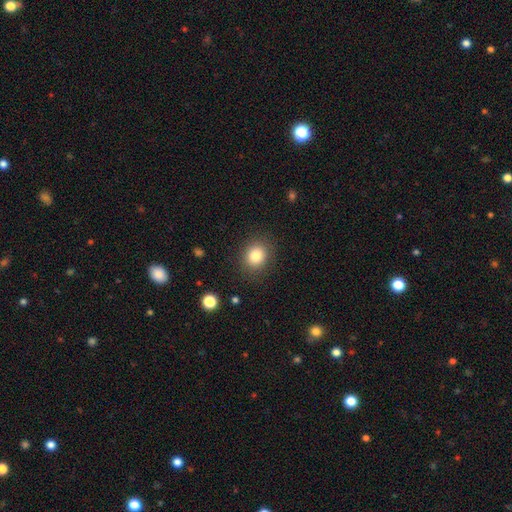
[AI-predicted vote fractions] smooth 83%, star or artifact 11%, featured or disk 7%. Down the decision tree: how rounded — round (68%); merging — none (87%).